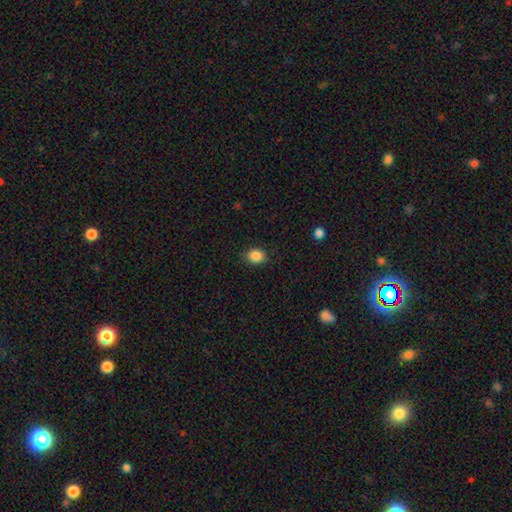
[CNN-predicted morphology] smooth_or_featured: smooth (p=0.87) [alt: star or artifact p=0.09]
how_rounded: in between (p=0.53) [alt: round p=0.47]
merging: none (p=0.87) [alt: minor disturbance p=0.09]